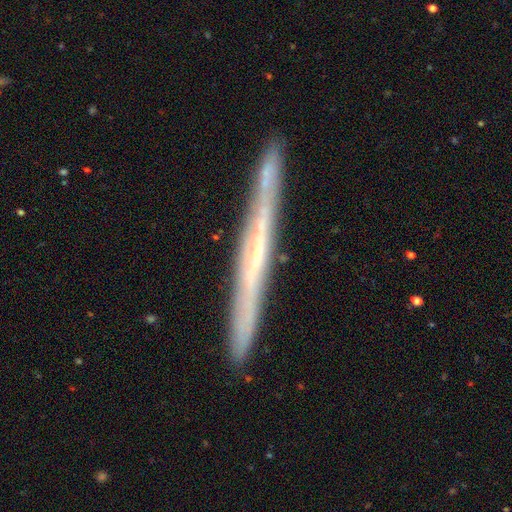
This is likely a featured or disk galaxy (66%). It is clearly viewed edge-on (100%). Edge-on bulge: clearly none (84%). Merging: clearly none (92%).